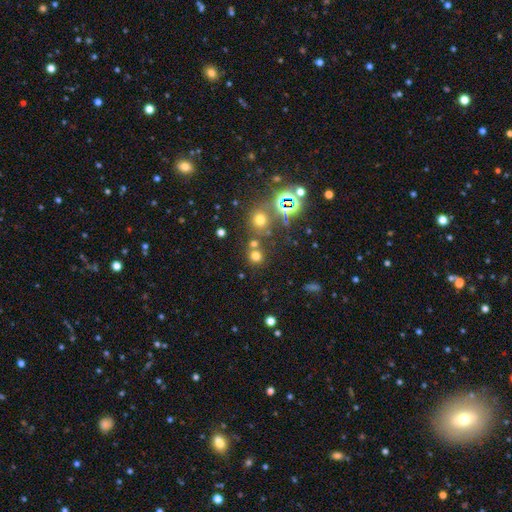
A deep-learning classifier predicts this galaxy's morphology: type=smooth (63%); roundness=round (88%); merging=none (67%).